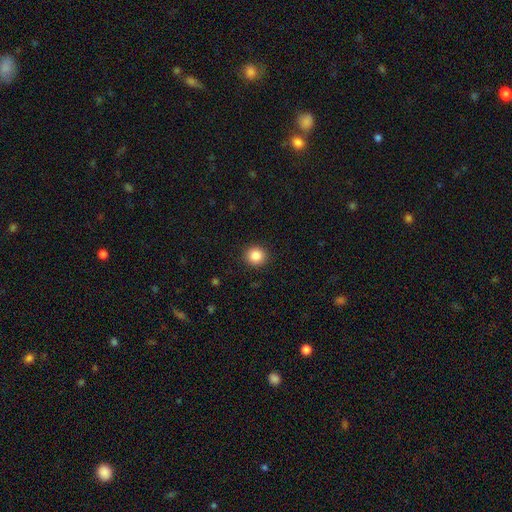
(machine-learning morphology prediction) A smooth galaxy with no disk features (85%) that is round (91%).

Vote fractions:
- Smooth or featured? smooth: 85% / star or artifact: 10% / featured or disk: 5%
- How rounded? round: 91% / in between: 8% / cigar-shaped: 1%
- Merging? none: 92% / minor disturbance: 5% / major disturbance: 2% / merger: 1%